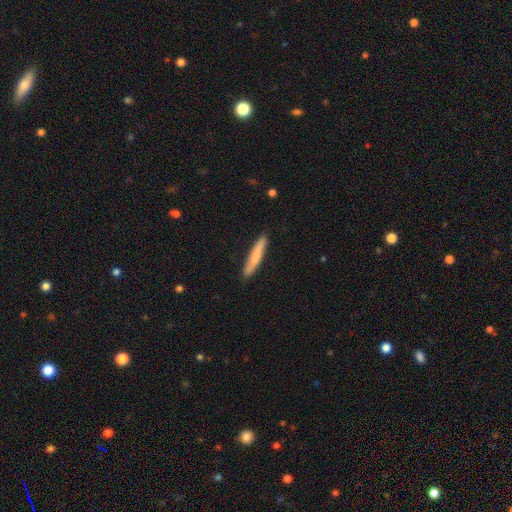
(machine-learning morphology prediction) smooth 70%, featured or disk 25%, star or artifact 5%. Down the decision tree: how rounded — cigar-shaped (94%); merging — none (87%).